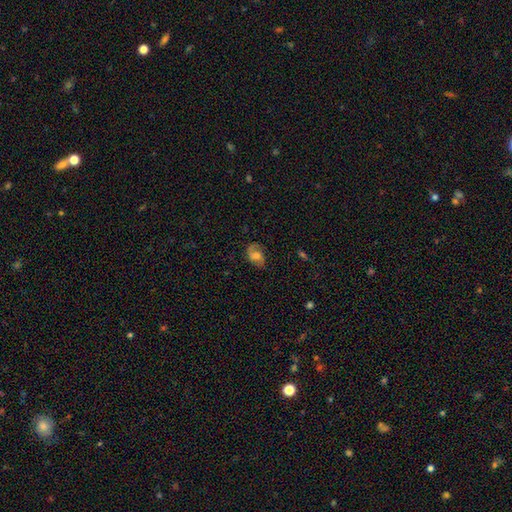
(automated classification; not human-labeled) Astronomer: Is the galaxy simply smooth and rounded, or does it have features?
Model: smooth — 54% (runner-up: featured or disk, 37%).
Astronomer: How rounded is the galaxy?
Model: in between — 75%.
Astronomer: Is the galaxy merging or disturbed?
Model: none — 63%.